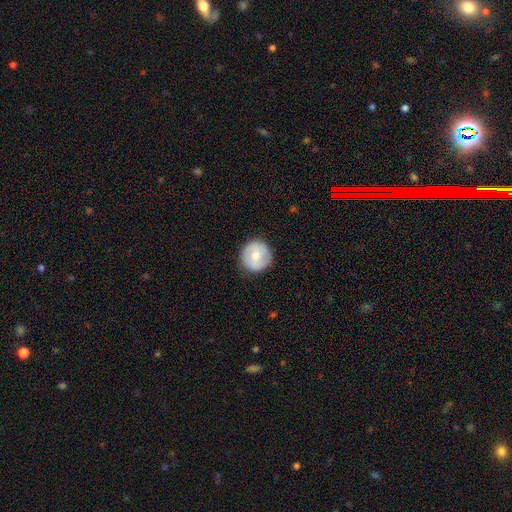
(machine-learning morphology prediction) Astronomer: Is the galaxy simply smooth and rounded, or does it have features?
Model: smooth — 60%.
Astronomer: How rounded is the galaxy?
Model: round — 95%.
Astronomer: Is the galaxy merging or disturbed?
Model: none — 88%.